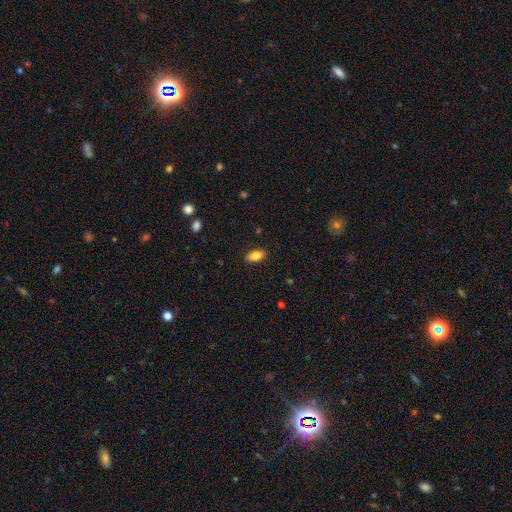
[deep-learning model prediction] smooth 84%, star or artifact 8%, featured or disk 8%. Down the decision tree: how rounded — in between (90%); merging — none (88%).